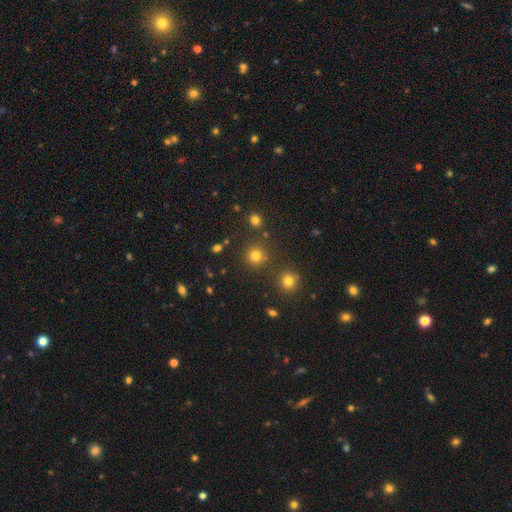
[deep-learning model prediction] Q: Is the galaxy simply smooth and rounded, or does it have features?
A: smooth — 77%.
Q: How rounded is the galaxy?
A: round — 94%.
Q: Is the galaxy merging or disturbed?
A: none — 85%.